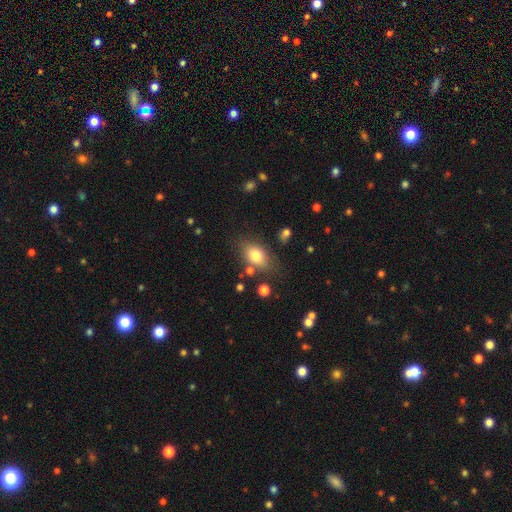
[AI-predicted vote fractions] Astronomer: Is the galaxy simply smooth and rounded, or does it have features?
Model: smooth — 78%.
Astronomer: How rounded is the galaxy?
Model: in between — 82%.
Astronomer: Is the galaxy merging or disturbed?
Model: none — 72%.